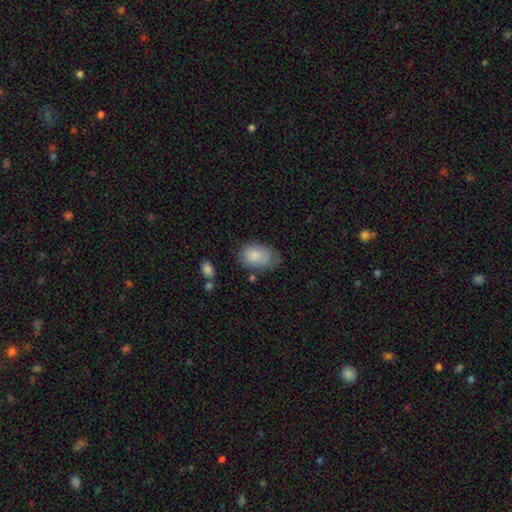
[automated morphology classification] Q: Smooth or featured?
A: smooth (83%); runner-up: featured or disk (10%)
Q: How rounded?
A: in between (86%); runner-up: round (13%)
Q: Merging?
A: none (54%); runner-up: minor disturbance (31%)